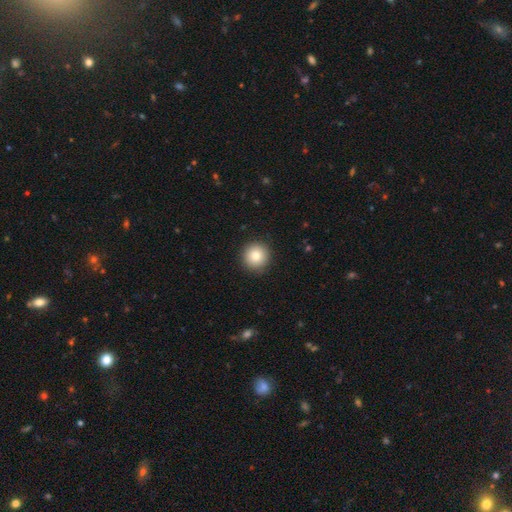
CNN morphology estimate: smooth 82%, star or artifact 10%, featured or disk 8%. Down the decision tree: how rounded — round (95%); merging — none (92%).